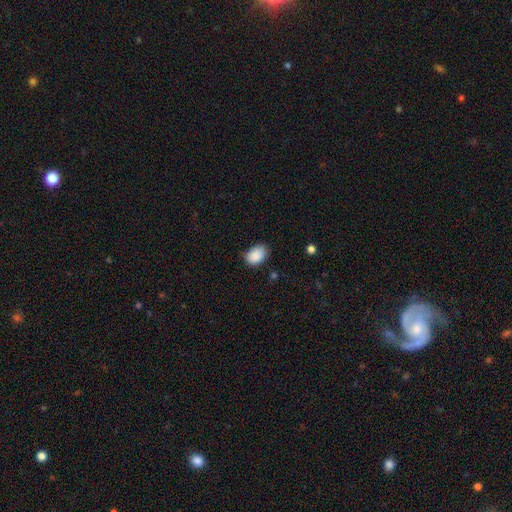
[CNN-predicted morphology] type=smooth (89%); roundness=in between (83%); merging=none (74%).